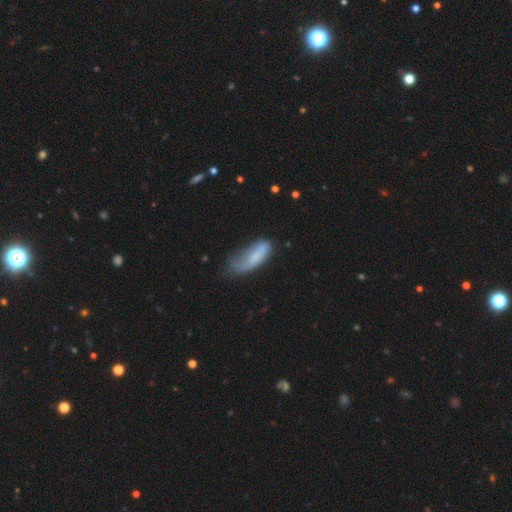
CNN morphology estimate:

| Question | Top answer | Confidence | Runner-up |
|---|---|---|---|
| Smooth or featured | smooth | 67% | featured or disk (25%) |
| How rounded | in between | 71% | cigar-shaped (27%) |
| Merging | minor disturbance | 38% | none (30%) |